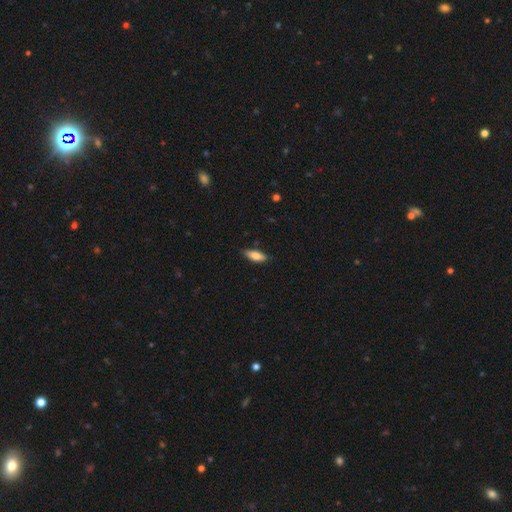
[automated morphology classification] Overall: smooth (78%). How rounded: in between (70%). Merging: none (81%).